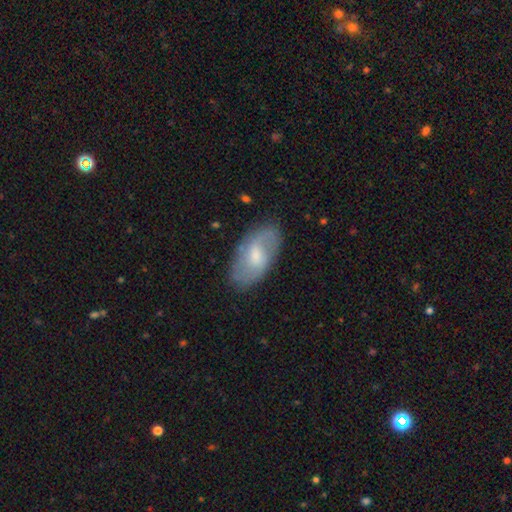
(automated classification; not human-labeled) Q: Smooth or featured?
A: featured or disk (50%); runner-up: smooth (44%)
Q: Merging?
A: none (77%); runner-up: minor disturbance (16%)